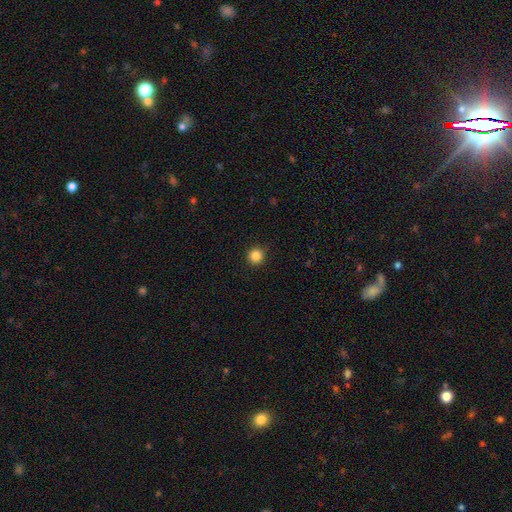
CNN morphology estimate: Smooth or featured? Predicted: smooth (p=0.85). How rounded? Predicted: round (p=0.95). Merging? Predicted: none (p=0.91).